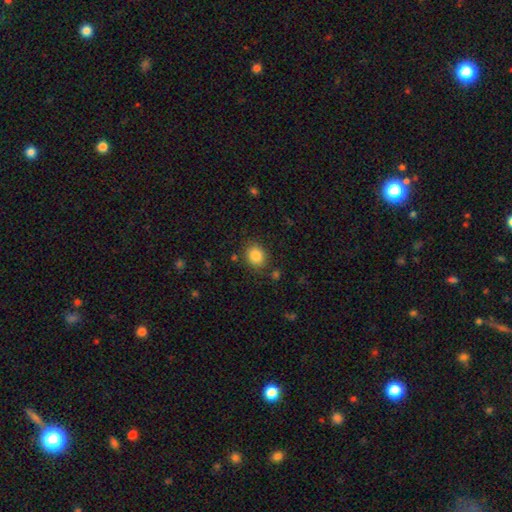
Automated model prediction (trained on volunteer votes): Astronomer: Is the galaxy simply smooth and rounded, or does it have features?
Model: smooth — 85%.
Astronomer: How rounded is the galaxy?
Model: round — 63%.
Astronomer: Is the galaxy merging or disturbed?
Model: none — 83%.